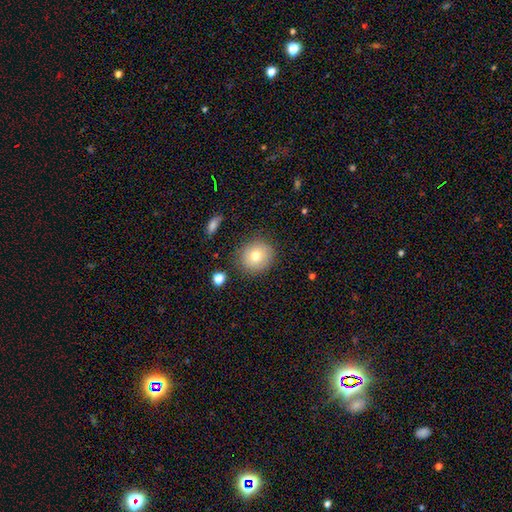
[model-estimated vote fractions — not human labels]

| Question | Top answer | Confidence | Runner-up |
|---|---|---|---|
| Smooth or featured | smooth | 75% | featured or disk (15%) |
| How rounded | round | 83% | in between (16%) |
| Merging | none | 83% | minor disturbance (11%) |